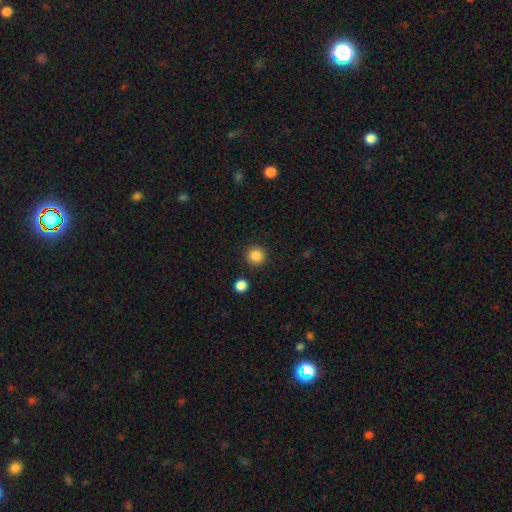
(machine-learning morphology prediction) This appears to be a smooth galaxy with no disk features (86%) that is round (94%). Merging: none (91%).